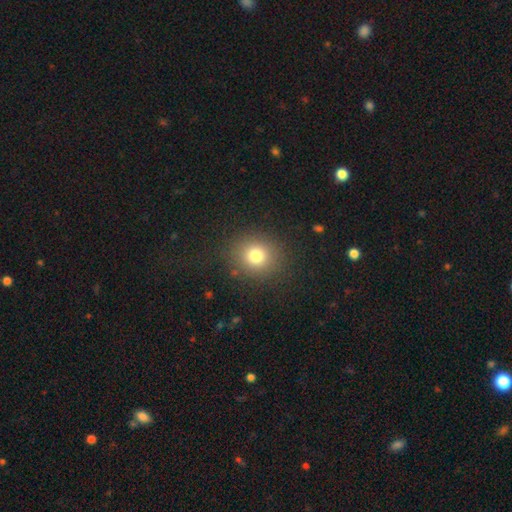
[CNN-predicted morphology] A smooth galaxy with no disk features (78%) that is round (84%).

Vote fractions:
- Smooth or featured? smooth: 78% / star or artifact: 14% / featured or disk: 8%
- How rounded? round: 84% / in between: 15% / cigar-shaped: 1%
- Merging? none: 87% / minor disturbance: 8% / major disturbance: 4% / merger: 1%